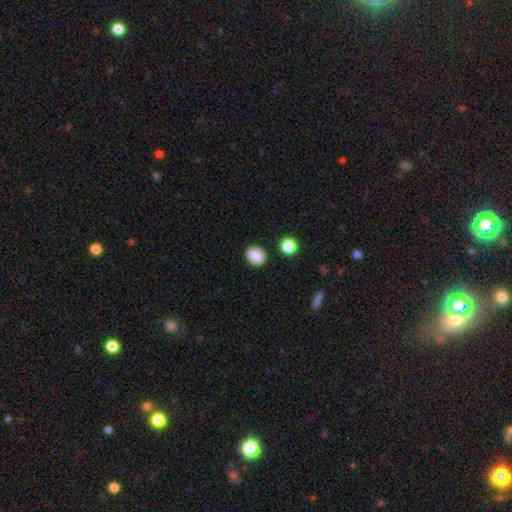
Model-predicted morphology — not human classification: Smooth or featured: smooth — 86% (star or artifact — 10%)
How rounded: round — 63% (in between — 36%)
Merging: none — 85% (minor disturbance — 10%)